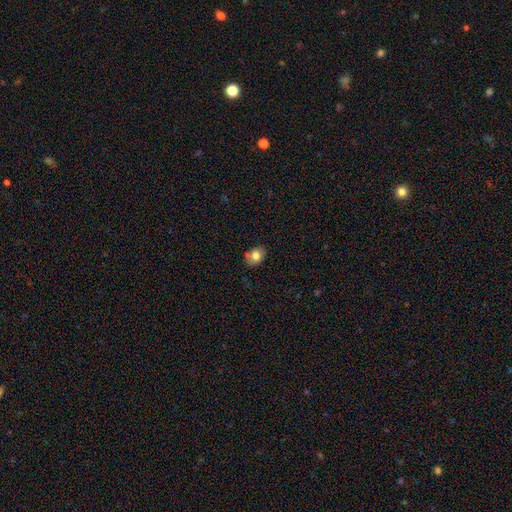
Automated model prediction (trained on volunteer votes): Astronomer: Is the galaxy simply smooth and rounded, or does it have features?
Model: smooth — 76%.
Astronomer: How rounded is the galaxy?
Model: in between — 67%.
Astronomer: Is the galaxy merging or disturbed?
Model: none — 67%.